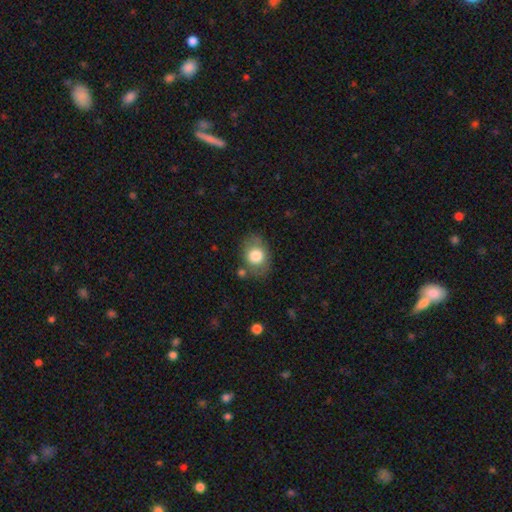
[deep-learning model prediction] This is likely a smooth galaxy (75%). How rounded: likely in between (68%). Merging: likely none (71%).